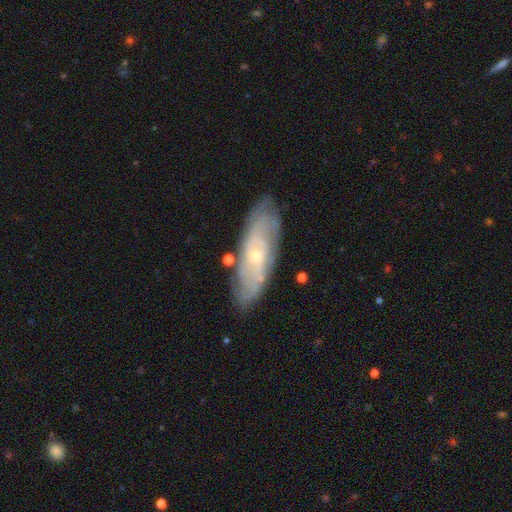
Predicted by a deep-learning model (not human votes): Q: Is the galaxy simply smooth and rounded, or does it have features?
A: featured or disk — 72%.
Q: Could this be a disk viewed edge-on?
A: no — 82%.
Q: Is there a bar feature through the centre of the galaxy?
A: no — 68%.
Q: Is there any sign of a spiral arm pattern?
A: yes — 84%.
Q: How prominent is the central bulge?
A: small — 71%.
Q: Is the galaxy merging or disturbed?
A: none — 80%.